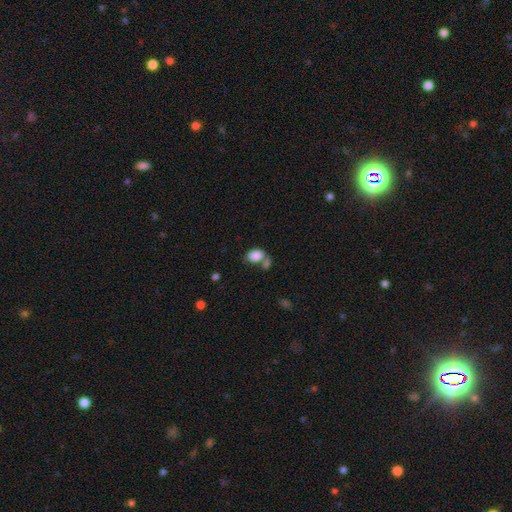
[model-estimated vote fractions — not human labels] The model was most divided on "merging": none: 41%, merger: 38%, minor disturbance: 14%, major disturbance: 7%. More confident: smooth or featured — smooth (85%); how rounded — in between (77%).